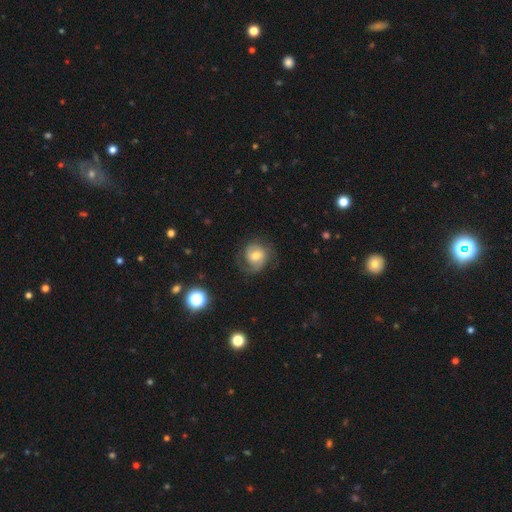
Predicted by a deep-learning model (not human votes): This is possibly a featured or disk galaxy (60%). It is clearly not viewed edge-on (97%). Bar: possibly no (53%). Spiral arm pattern: clearly yes (88%). Spiral arm count: possibly 2 (56%). Spiral winding: marginally medium (42%). Central bulge: likely moderate (63%). Merging: likely none (62%).